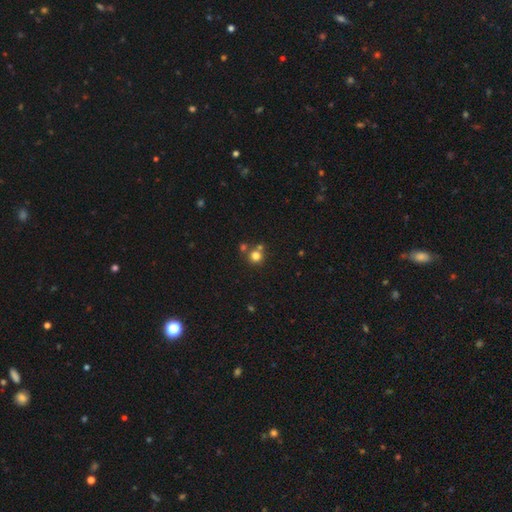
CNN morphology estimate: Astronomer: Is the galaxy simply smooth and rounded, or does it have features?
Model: smooth — 77%.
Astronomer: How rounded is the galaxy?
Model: round — 92%.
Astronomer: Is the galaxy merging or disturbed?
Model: none — 67%.